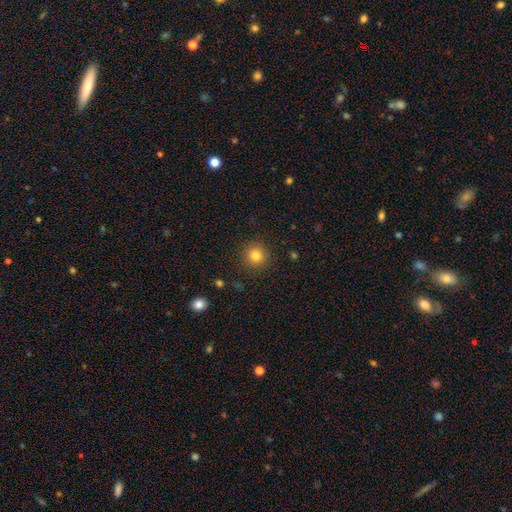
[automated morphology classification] smooth-or-featured: smooth: 82% | star or artifact: 12% | featured or disk: 6%
  how-rounded: round: 93% | in between: 6% | cigar-shaped: 1%
  merging: none: 90% | minor disturbance: 7% | major disturbance: 2% | merger: 1%